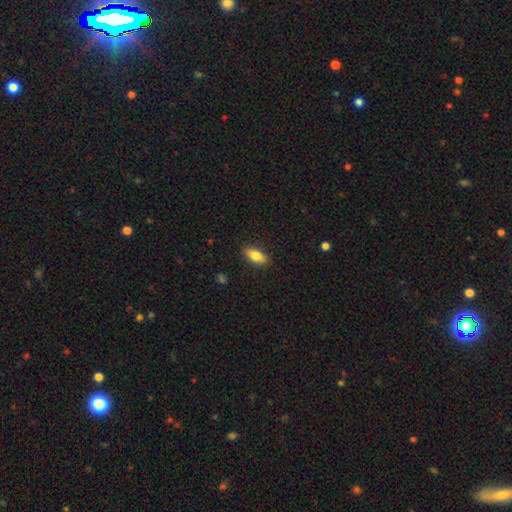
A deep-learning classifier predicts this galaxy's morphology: Smooth or featured?
  - smooth: 81% *
  - featured or disk: 12%
  - star or artifact: 7%
How rounded?
  - in between: 85% *
  - cigar-shaped: 12%
  - round: 3%
Merging?
  - none: 87% *
  - minor disturbance: 9%
  - major disturbance: 2%
  - merger: 1%